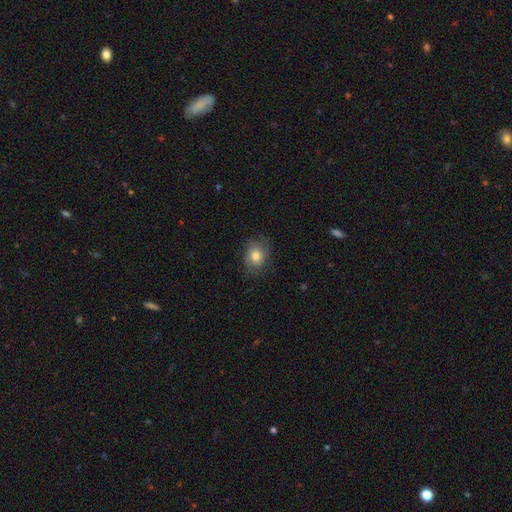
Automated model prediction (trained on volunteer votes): Morphology: type=smooth (72%); roundness=round (52%); merging=none (72%).